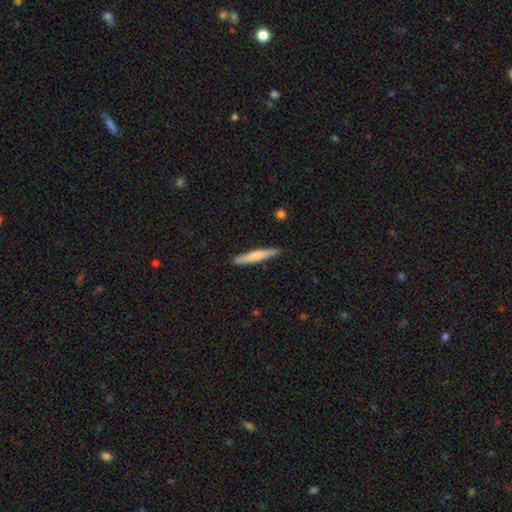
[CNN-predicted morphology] Smooth or featured?
  - smooth: 65% *
  - featured or disk: 30%
  - star or artifact: 5%
How rounded?
  - cigar-shaped: 94% *
  - in between: 4%
  - round: 1%
Merging?
  - none: 89% *
  - minor disturbance: 9%
  - major disturbance: 1%
  - merger: 1%